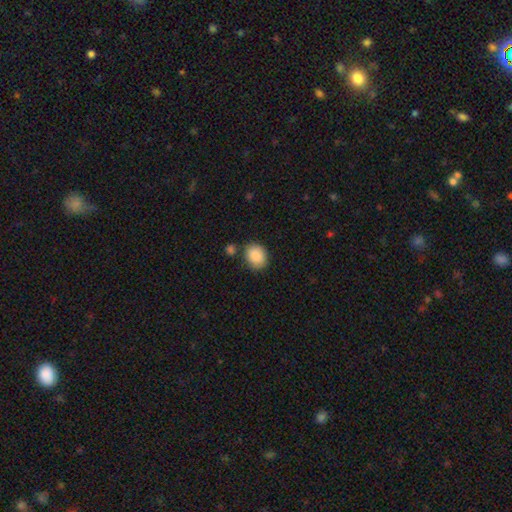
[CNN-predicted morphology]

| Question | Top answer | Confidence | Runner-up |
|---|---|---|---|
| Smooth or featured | smooth | 89% | star or artifact (7%) |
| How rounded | round | 51% | in between (48%) |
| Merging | none | 78% | minor disturbance (12%) |